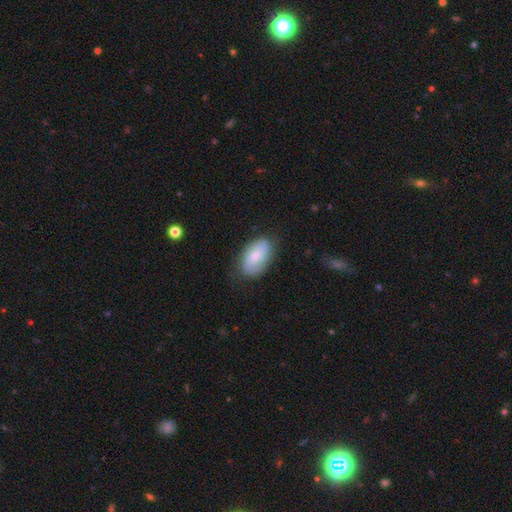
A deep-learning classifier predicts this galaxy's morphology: smooth-or-featured: smooth: 68% | featured or disk: 26% | star or artifact: 6%
  how-rounded: in between: 93% | round: 5% | cigar-shaped: 2%
  merging: none: 78% | minor disturbance: 17% | major disturbance: 4% | merger: 1%